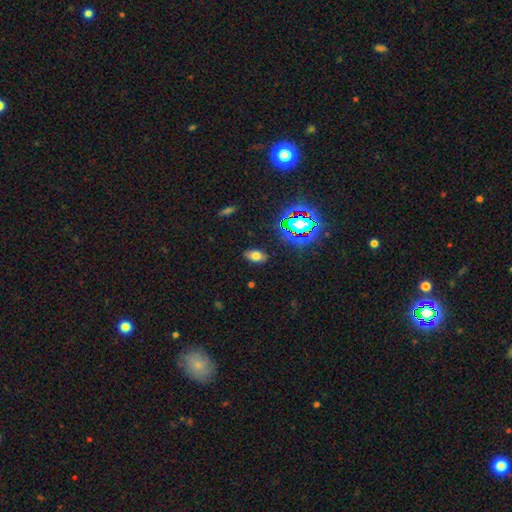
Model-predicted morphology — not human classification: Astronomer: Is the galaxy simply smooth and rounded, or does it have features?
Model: smooth — 67%.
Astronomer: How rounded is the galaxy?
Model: in between — 90%.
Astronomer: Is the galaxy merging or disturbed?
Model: none — 86%.